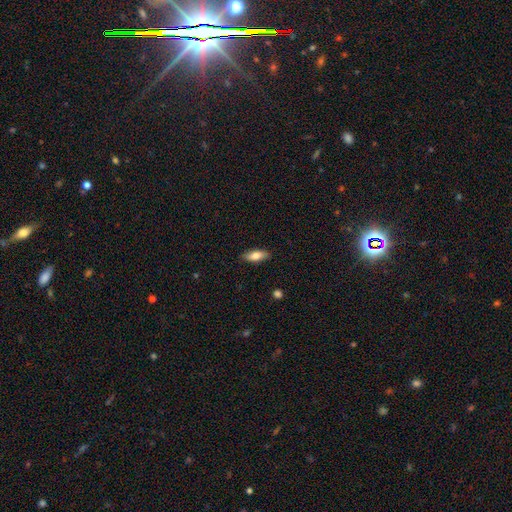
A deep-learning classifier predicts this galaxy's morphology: This is likely a smooth galaxy (77%). How rounded: likely in between (73%). Merging: clearly none (88%).